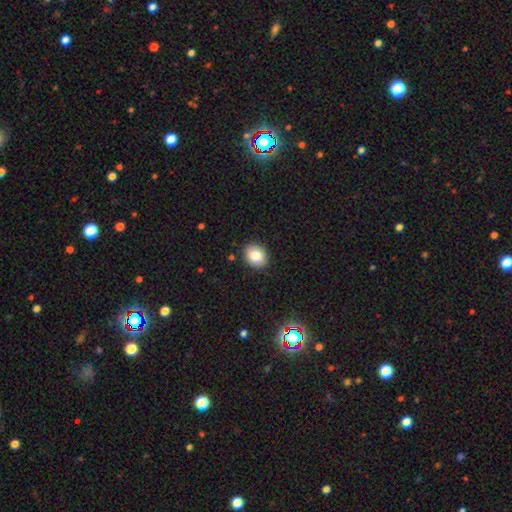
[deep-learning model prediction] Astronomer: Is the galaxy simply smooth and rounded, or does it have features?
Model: smooth — 82%.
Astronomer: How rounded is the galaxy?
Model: round — 50%, tied with in between at 50%.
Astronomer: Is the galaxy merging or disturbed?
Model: none — 89%.